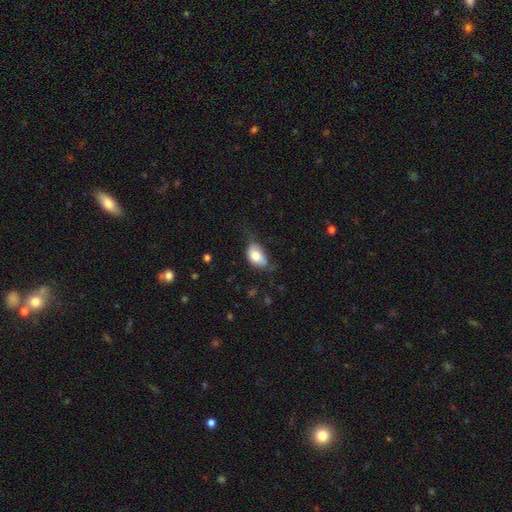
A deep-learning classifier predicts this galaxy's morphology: Smooth or featured: smooth — 78% (featured or disk — 15%)
How rounded: in between — 88% (round — 10%)
Merging: none — 42% (minor disturbance — 38%)